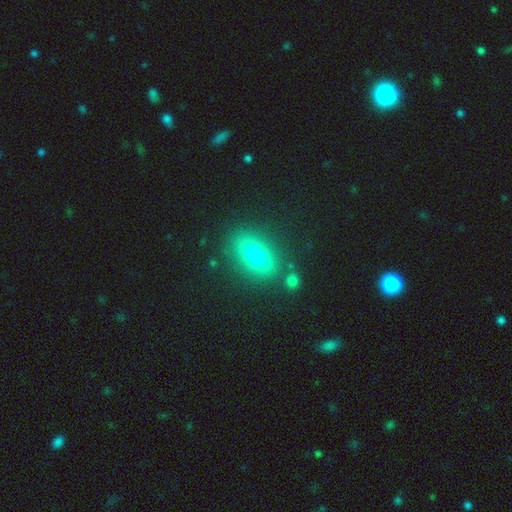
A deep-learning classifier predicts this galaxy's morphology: This appears to be a smooth galaxy with no disk features (70%) that is in between round and cigar-shaped (75%). Merging: none (81%).